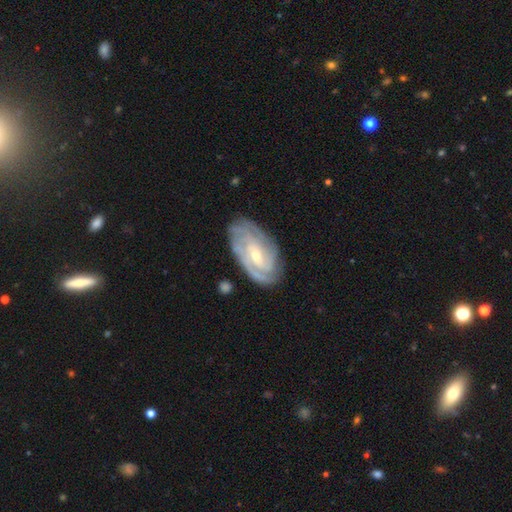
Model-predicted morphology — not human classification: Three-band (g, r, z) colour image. It shows a featured or disk galaxy (86%) with a weak bar (44%), tight (70%) spiral arms (96%) and a small central bulge (62%). Merging: none (78%).